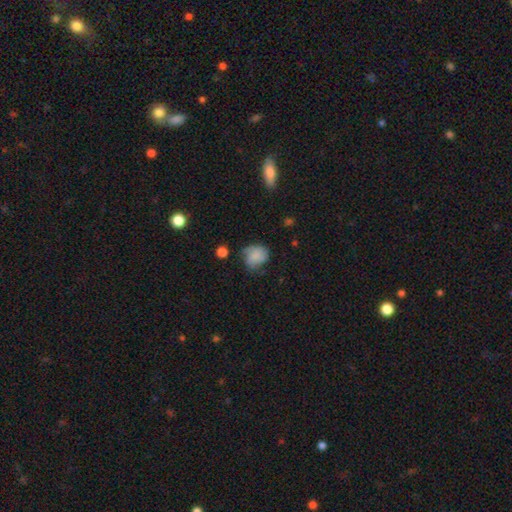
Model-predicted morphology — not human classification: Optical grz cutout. It shows a smooth galaxy with no disk features (71%) that is round (59%). Merging: none (48%).